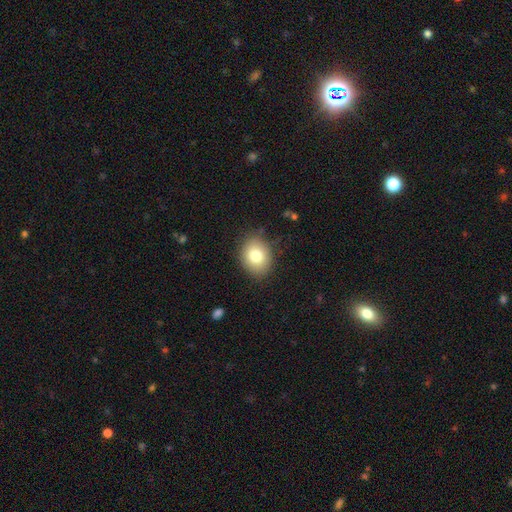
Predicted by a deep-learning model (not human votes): Overall: smooth (79%). How rounded: in between (52%; round 47%). Merging: none (84%).